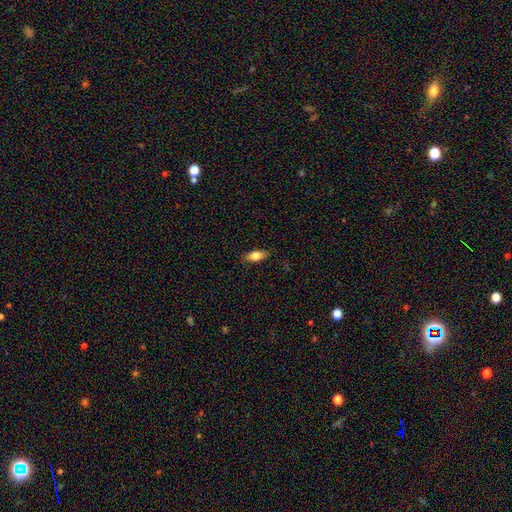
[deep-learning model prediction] This appears to be a smooth galaxy with no disk features (73%) that is in between round and cigar-shaped (79%). Merging: none (86%).